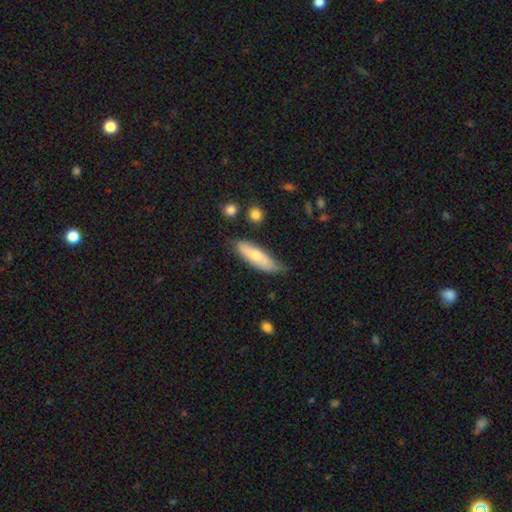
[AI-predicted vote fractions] A smooth galaxy with no disk features (66%) that is cigar-shaped (51%). Merging: none (65%).